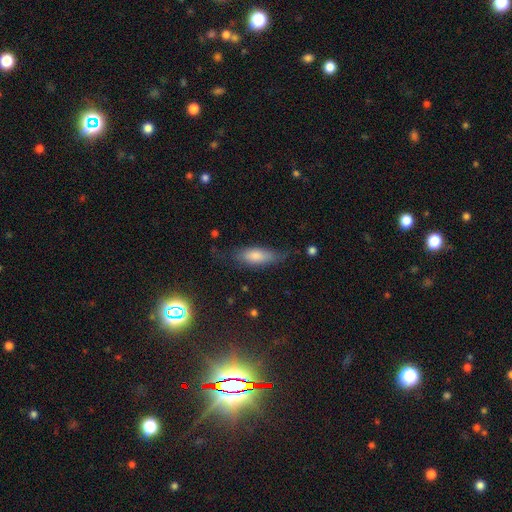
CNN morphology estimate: smooth-or-featured: smooth: 71% | featured or disk: 19% | star or artifact: 10%
  how-rounded: in between: 61% | cigar-shaped: 36% | round: 3%
  merging: none: 67% | minor disturbance: 24% | major disturbance: 7% | merger: 2%